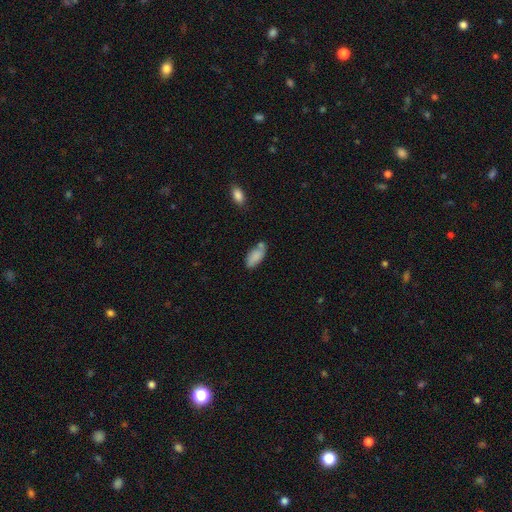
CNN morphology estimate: Q: Smooth or featured?
A: smooth (83%); runner-up: featured or disk (10%)
Q: How rounded?
A: in between (89%); runner-up: cigar-shaped (9%)
Q: Merging?
A: none (56%); runner-up: minor disturbance (22%)